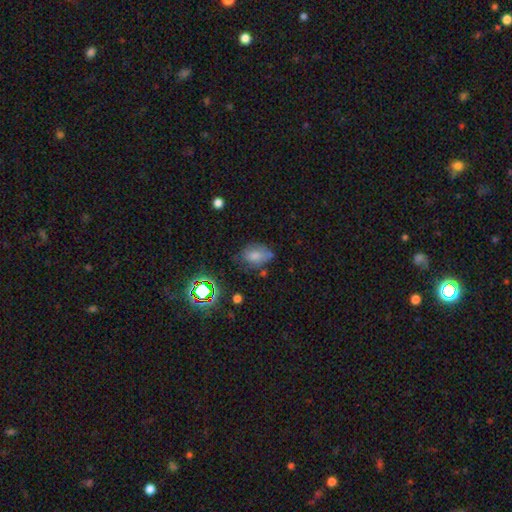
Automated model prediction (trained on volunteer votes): smooth 71%, star or artifact 16%, featured or disk 14%. Down the decision tree: how rounded — in between (82%); merging — none (52%).